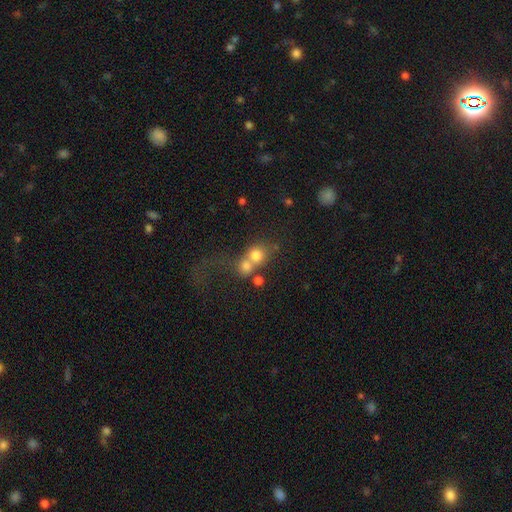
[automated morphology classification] Smooth or featured? smooth (72%)
How rounded? round (79%)
Merging? merger (60%)